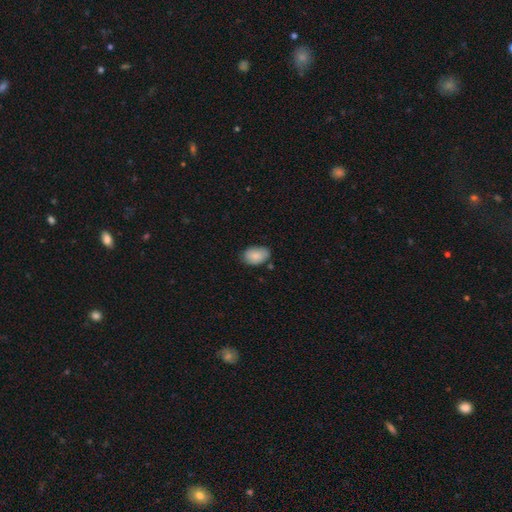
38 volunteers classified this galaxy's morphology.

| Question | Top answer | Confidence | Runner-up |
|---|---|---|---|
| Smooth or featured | smooth | 79% | featured or disk (13%) |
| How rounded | in between | 90% | round (7%) |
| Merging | none | 74% | minor disturbance (26%) |